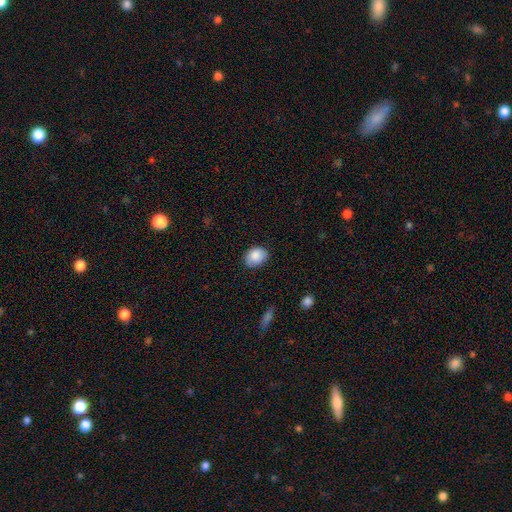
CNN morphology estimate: This is clearly a smooth galaxy (87%). How rounded: likely in between (61%). Merging: clearly none (81%).